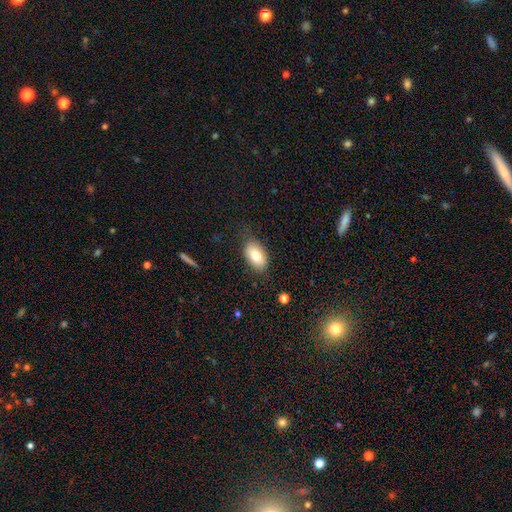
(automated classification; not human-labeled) A smooth galaxy with no disk features (79%) that is in between round and cigar-shaped (92%). Merging: none (76%).